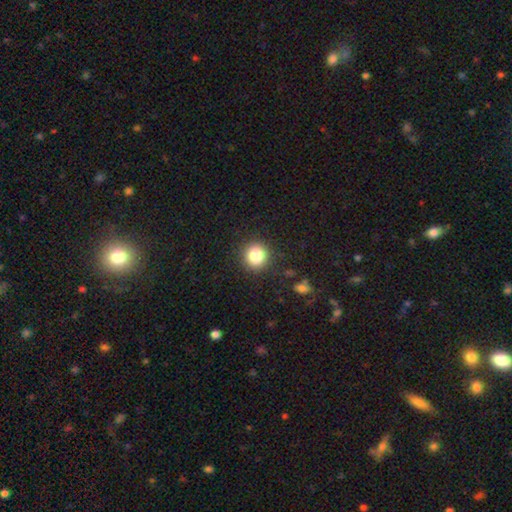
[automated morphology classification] Smooth or featured?
  - smooth: 83% *
  - star or artifact: 11%
  - featured or disk: 6%
How rounded?
  - round: 92% *
  - in between: 7%
  - cigar-shaped: 1%
Merging?
  - none: 90% *
  - minor disturbance: 6%
  - major disturbance: 2%
  - merger: 1%